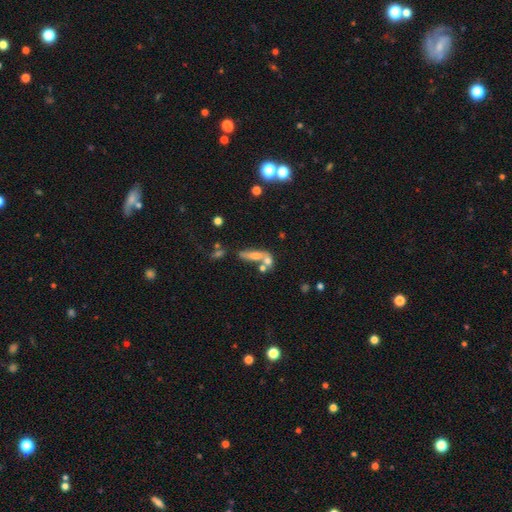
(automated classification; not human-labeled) A smooth galaxy with no disk features (57%) that is in between round and cigar-shaped (50%). Merging: merger (46%).